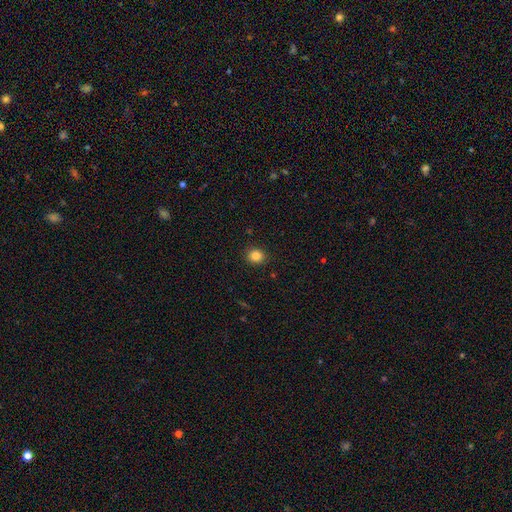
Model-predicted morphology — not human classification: A smooth galaxy with no disk features (85%) that is round (77%). Merging: none (90%).